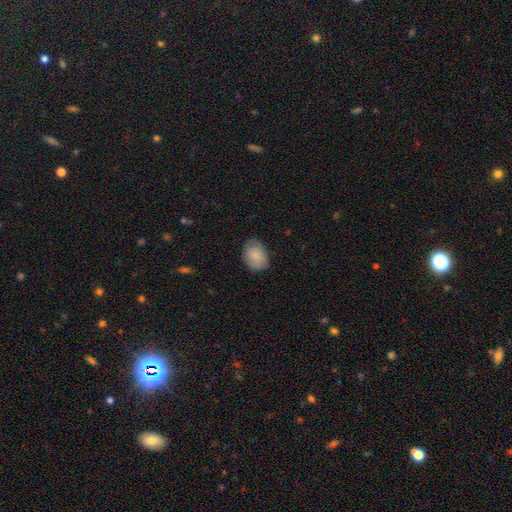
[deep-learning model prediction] Smooth or featured? smooth (85%)
How rounded? in between (71%)
Merging? none (75%)